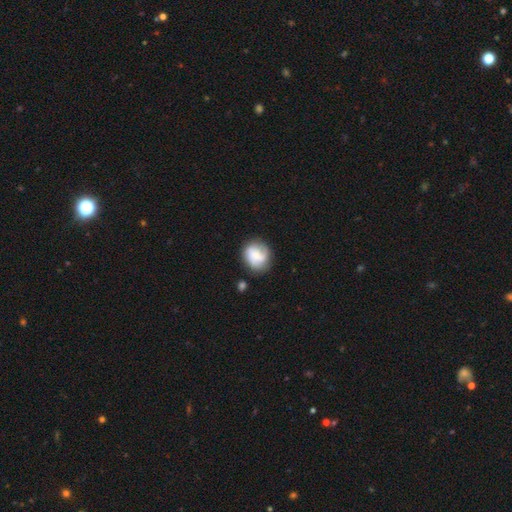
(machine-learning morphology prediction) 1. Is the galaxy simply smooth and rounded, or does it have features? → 49% featured or disk, 43% smooth, 8% star or artifact.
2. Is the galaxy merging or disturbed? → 72% none, 18% minor disturbance, 7% major disturbance, 4% merger.